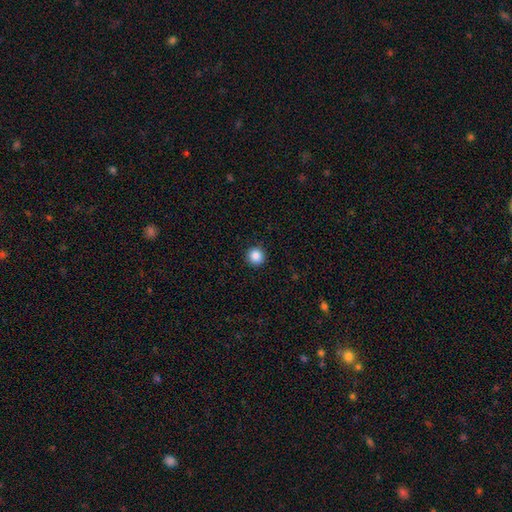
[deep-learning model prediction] A smooth galaxy with no disk features (87%) that is round (95%). Merging: none (92%).